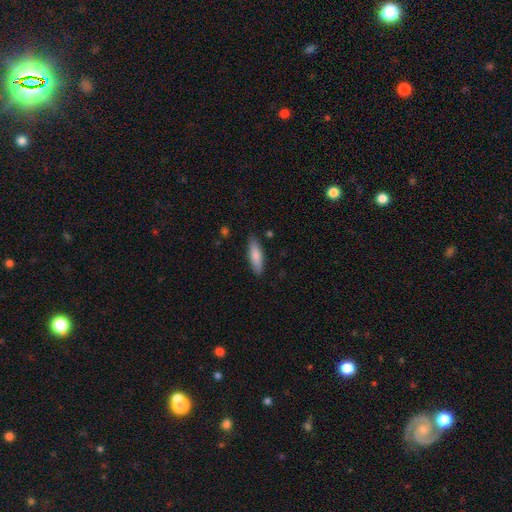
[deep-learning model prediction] A smooth galaxy with no disk features (79%) that is cigar-shaped (53%).

Vote fractions:
- Smooth or featured? smooth: 79% / featured or disk: 15% / star or artifact: 6%
- How rounded? cigar-shaped: 53% / in between: 45% / round: 2%
- Merging? none: 84% / minor disturbance: 12% / major disturbance: 2% / merger: 2%